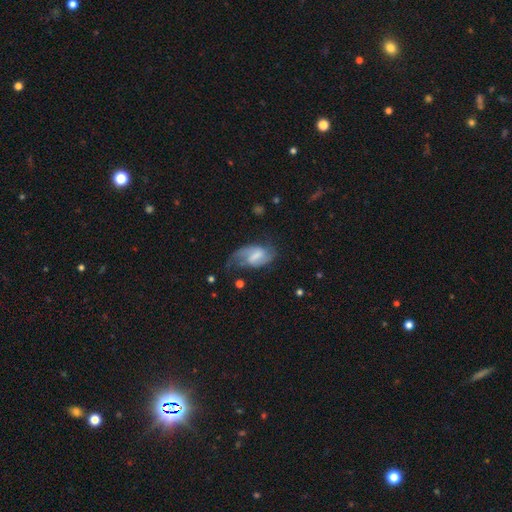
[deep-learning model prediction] smooth-or-featured: featured or disk: 63% | smooth: 30% | star or artifact: 7%
  disk-edge-on: no: 96% | yes: 4%
    bar: weak: 51% | strong: 31% | no: 17%
    has-spiral-arms: yes: 86% | no: 14%
      spiral-winding: loose: 44% | medium: 41% | tight: 15%
      spiral-arm-count: 2: 72% | 1: 15% | can't tell: 9% | 3: 1% | 4: 1% | more than 4: 1%
    bulge-size: moderate: 32% | none: 26% | small: 26% | large: 13% | dominant: 2%
  merging: none: 43% | minor disturbance: 27% | major disturbance: 27% | merger: 3%